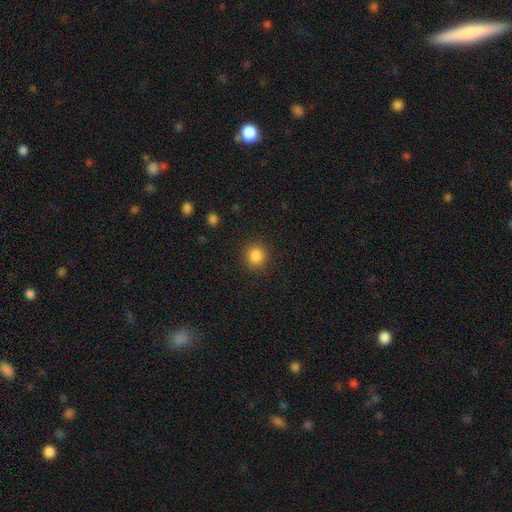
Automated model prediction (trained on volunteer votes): Smooth or featured? smooth (85%)
How rounded? round (89%)
Merging? none (90%)